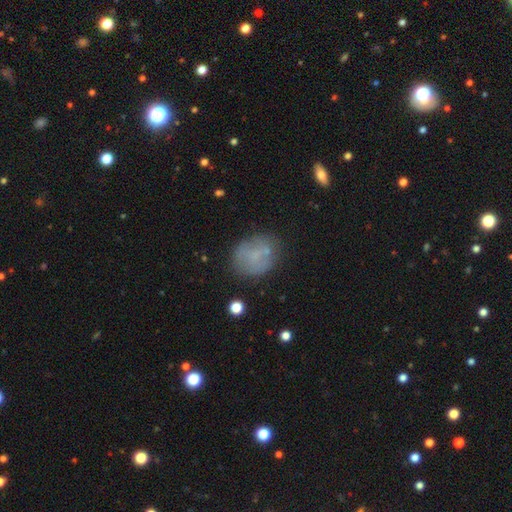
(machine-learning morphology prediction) Smooth or featured? Predicted: smooth (p=0.60). How rounded? Predicted: round (p=0.61). Merging? Predicted: none (p=0.65).